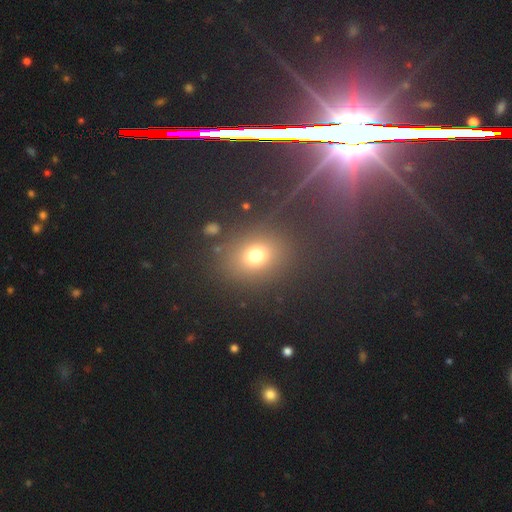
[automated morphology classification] Smooth or featured? Predicted: smooth (p=0.71). How rounded? Predicted: round (p=0.60). Merging? Predicted: none (p=0.79).